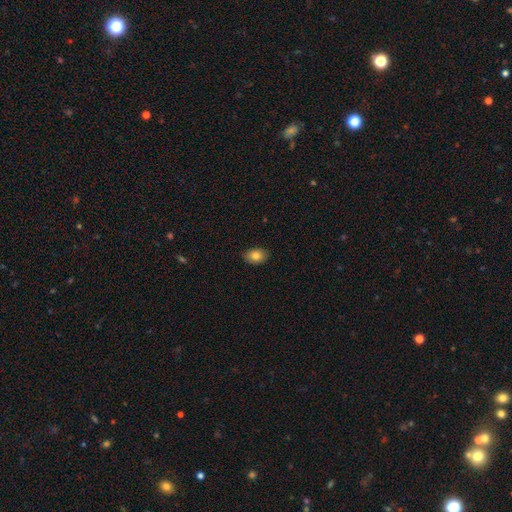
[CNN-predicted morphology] A smooth galaxy with no disk features (82%) that is in between round and cigar-shaped (83%).

Vote fractions:
- Smooth or featured? smooth: 82% / featured or disk: 10% / star or artifact: 8%
- How rounded? in between: 83% / round: 16% / cigar-shaped: 1%
- Merging? none: 88% / minor disturbance: 9% / major disturbance: 2% / merger: 1%